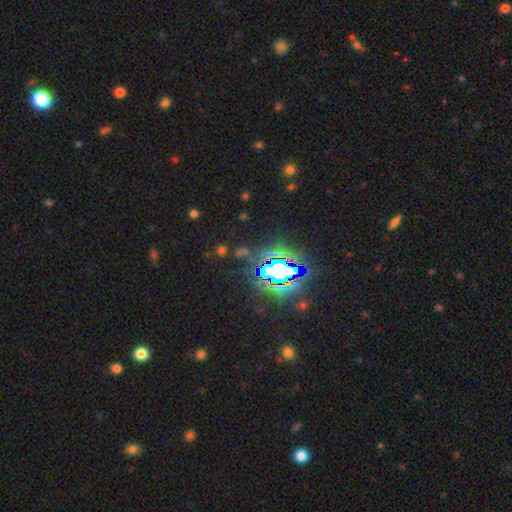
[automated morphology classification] The model was most divided on "smooth or featured": star or artifact: 84%, smooth: 9%, featured or disk: 7%.